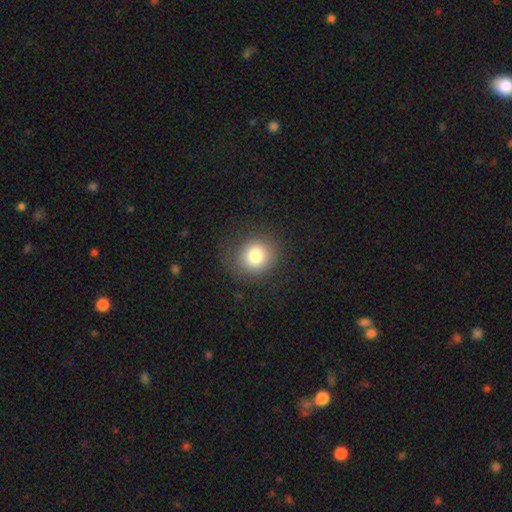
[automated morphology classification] The model was most divided on "smooth or featured": smooth: 81%, star or artifact: 11%, featured or disk: 8%. More confident: how rounded — round (85%); merging — none (84%).